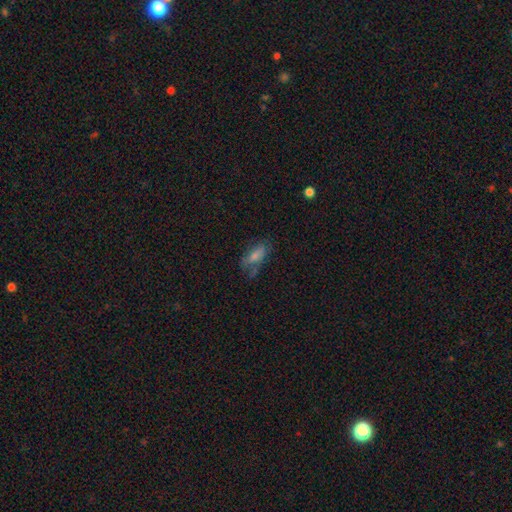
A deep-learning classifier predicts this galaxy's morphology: smooth-or-featured: smooth: 68% | featured or disk: 22% | star or artifact: 9%
  how-rounded: in between: 80% | cigar-shaped: 17% | round: 3%
  merging: none: 51% | minor disturbance: 28% | major disturbance: 16% | merger: 5%